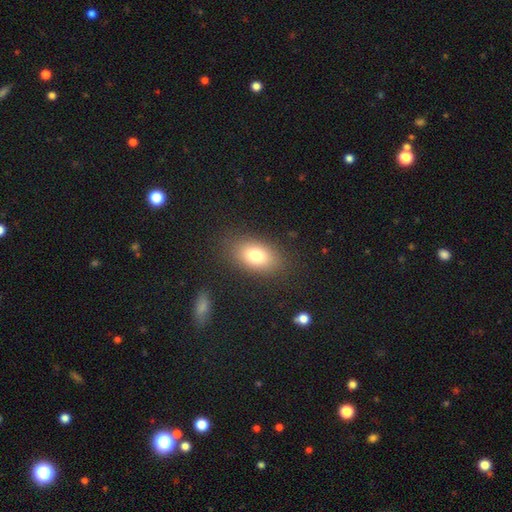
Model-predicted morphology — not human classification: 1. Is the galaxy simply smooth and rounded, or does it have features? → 78% smooth, 12% featured or disk, 10% star or artifact.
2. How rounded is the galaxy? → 86% in between, 12% round, 2% cigar-shaped.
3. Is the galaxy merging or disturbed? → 85% none, 9% minor disturbance, 4% major disturbance, 1% merger.